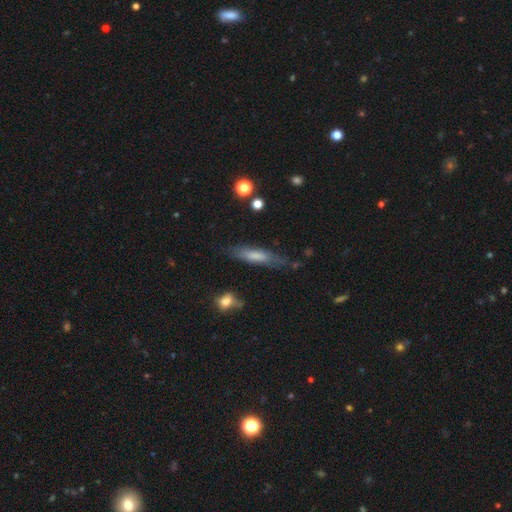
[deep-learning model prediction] Smooth or featured?
  - smooth: 63% *
  - featured or disk: 30%
  - star or artifact: 7%
How rounded?
  - cigar-shaped: 74% *
  - in between: 24%
  - round: 2%
Merging?
  - none: 71% *
  - minor disturbance: 20%
  - major disturbance: 7%
  - merger: 3%